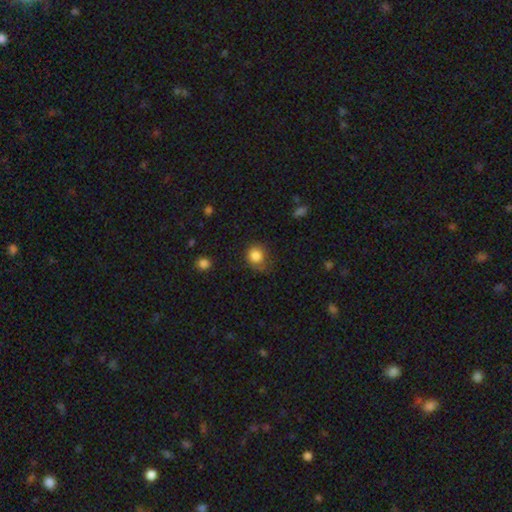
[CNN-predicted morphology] smooth_or_featured: smooth (p=0.85) [alt: star or artifact p=0.10]
how_rounded: round (p=0.78) [alt: in between p=0.21]
merging: none (p=0.61) [alt: minor disturbance p=0.27]